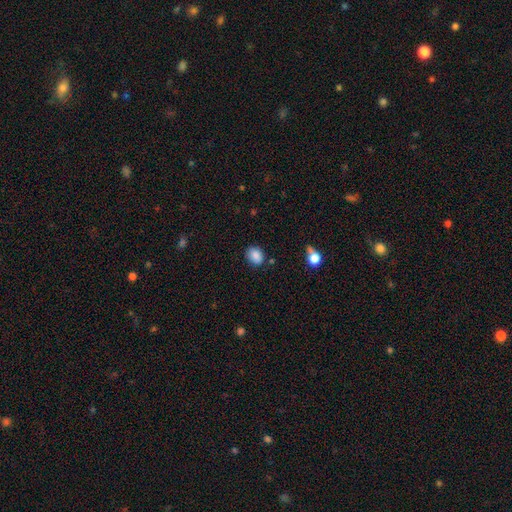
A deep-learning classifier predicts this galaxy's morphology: Smooth or featured? Predicted: smooth (p=0.86). How rounded? Predicted: in between (p=0.58). Merging? Predicted: none (p=0.80).